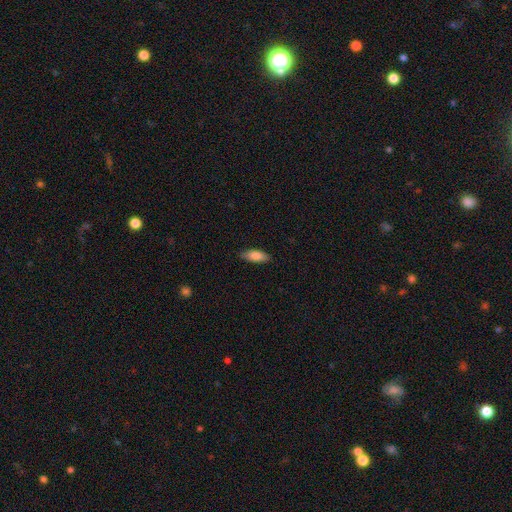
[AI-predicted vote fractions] smooth 82%, featured or disk 12%, star or artifact 6%. Down the decision tree: how rounded — in between (74%); merging — none (85%).